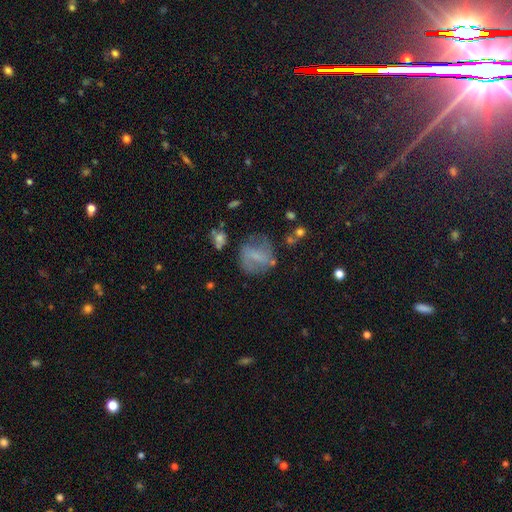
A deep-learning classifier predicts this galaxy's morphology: This appears to be a featured or disk galaxy (48%). Merging: none (61%).